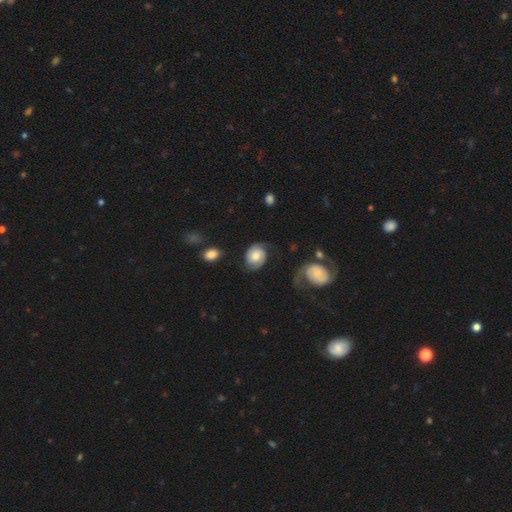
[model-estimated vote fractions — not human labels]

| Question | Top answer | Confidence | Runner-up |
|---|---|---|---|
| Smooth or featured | featured or disk | 65% | smooth (29%) |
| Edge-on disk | no | 97% | yes (3%) |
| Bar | no | 68% | weak (26%) |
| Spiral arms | yes | 93% | no (7%) |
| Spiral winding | tight | 40% | tied: medium (40%) |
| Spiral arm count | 2 | 84% | can't tell (7%) |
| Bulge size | moderate | 47% | large (26%) |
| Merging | none | 60% | minor disturbance (22%) |